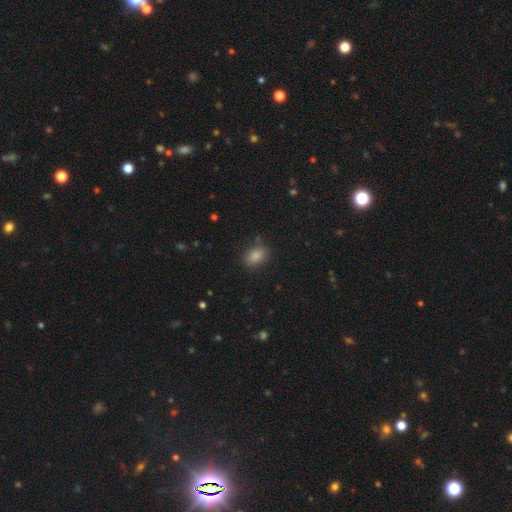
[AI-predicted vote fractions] smooth-or-featured: smooth: 84% | star or artifact: 10% | featured or disk: 5%
  how-rounded: in between: 77% | round: 22% | cigar-shaped: 2%
  merging: none: 82% | minor disturbance: 13% | major disturbance: 4% | merger: 2%